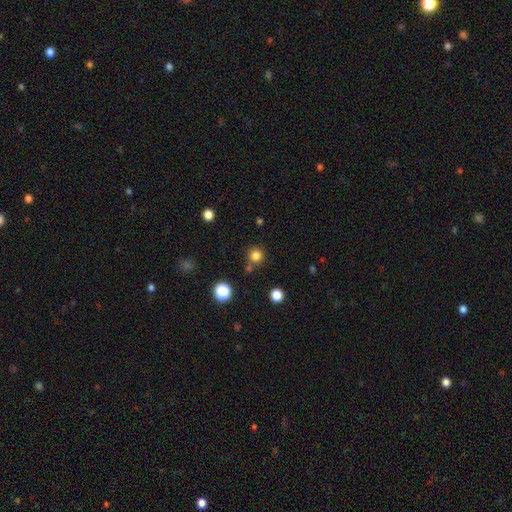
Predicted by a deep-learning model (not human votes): This is clearly a smooth galaxy (80%). How rounded: clearly round (94%). Merging: likely none (79%).